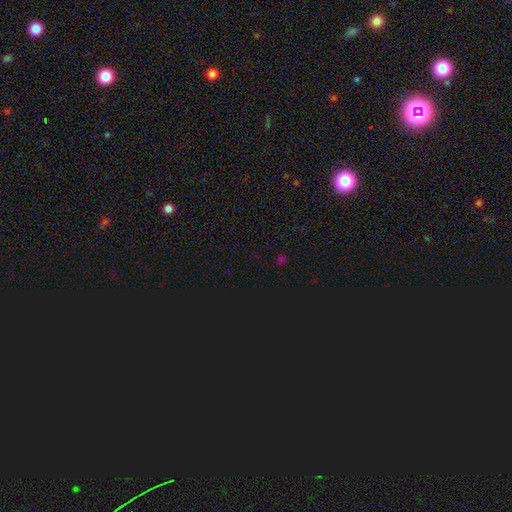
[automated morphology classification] smooth-or-featured: star or artifact: 68% | smooth: 26% | featured or disk: 6%